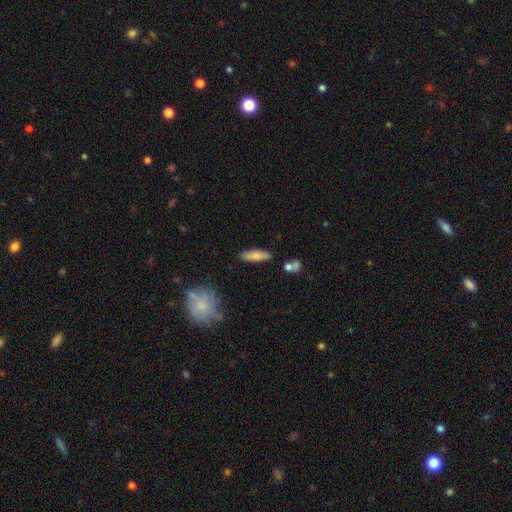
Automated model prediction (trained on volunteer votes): Smooth or featured? smooth (73%)
How rounded? cigar-shaped (55%)
Merging? none (84%)